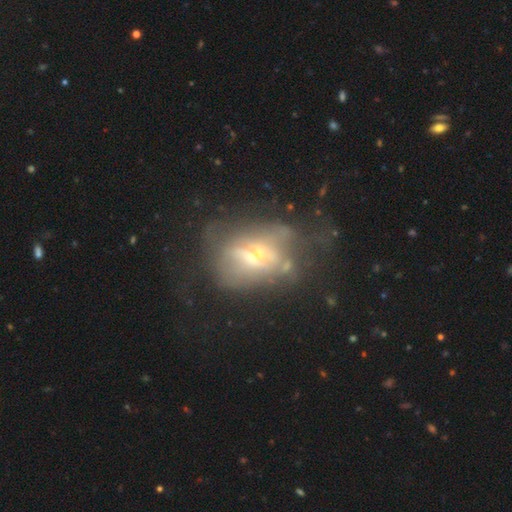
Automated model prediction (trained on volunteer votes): Morphology: type=featured or disk (60%); edge-on=no (81%); merging=major disturbance (38%).